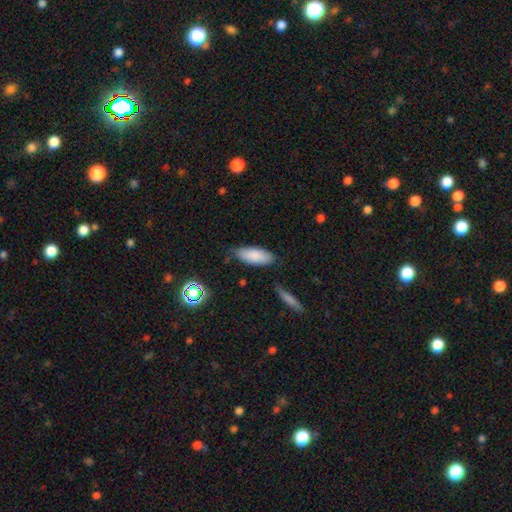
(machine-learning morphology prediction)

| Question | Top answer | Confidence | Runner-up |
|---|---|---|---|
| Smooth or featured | smooth | 86% | featured or disk (7%) |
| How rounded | in between | 82% | cigar-shaped (17%) |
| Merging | none | 80% | minor disturbance (15%) |